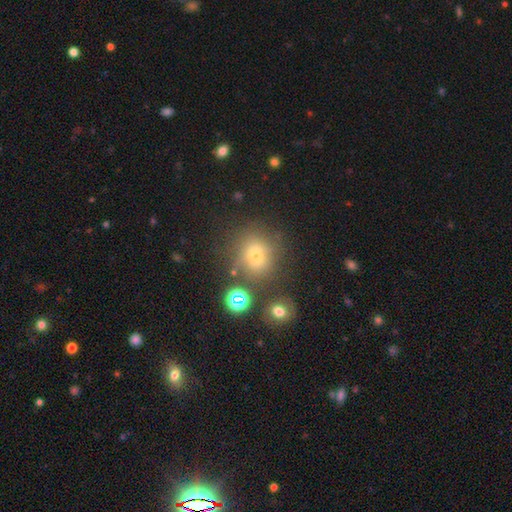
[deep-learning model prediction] A smooth galaxy with no disk features (60%) that is round (82%). Merging: none (72%).